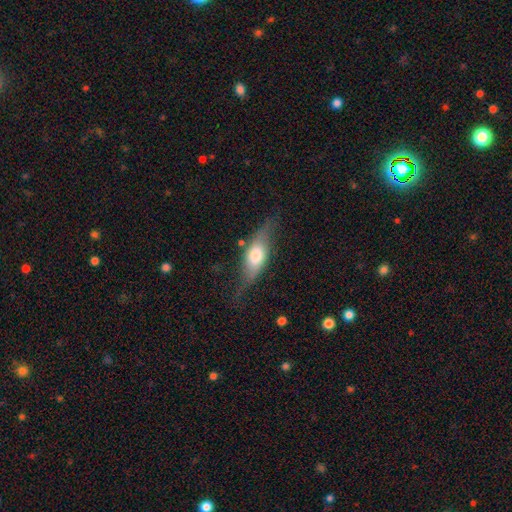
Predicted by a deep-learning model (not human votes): Morphology: type=smooth (47%); merging=none (58%).